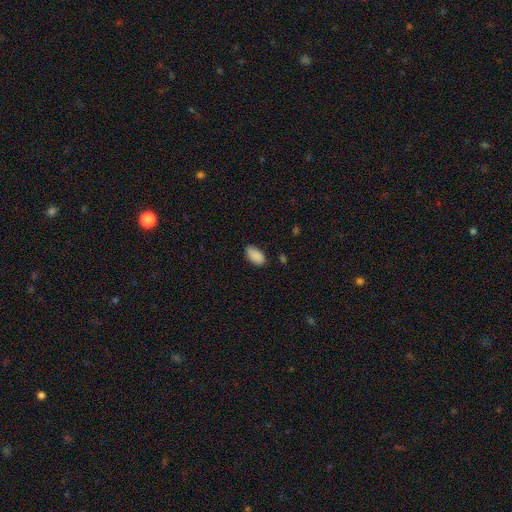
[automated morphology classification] Smooth or featured? smooth (89%)
How rounded? in between (94%)
Merging? none (79%)